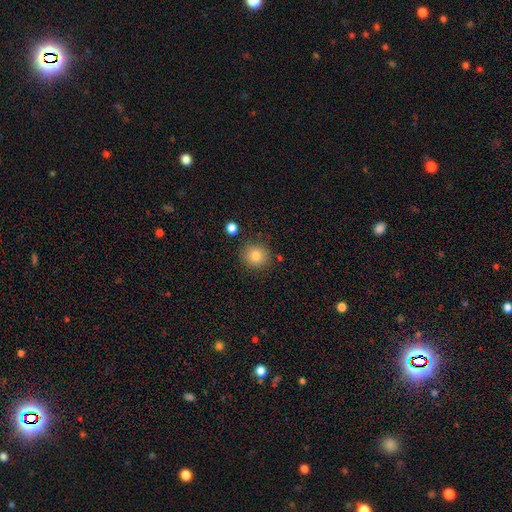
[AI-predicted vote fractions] Smooth or featured? Predicted: smooth (p=0.82). How rounded? Predicted: round (p=0.88). Merging? Predicted: none (p=0.85).